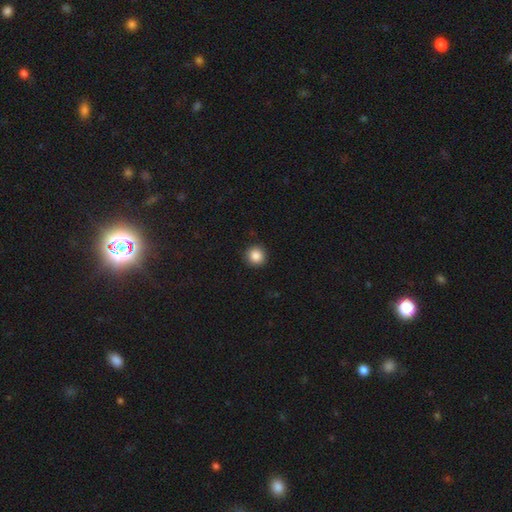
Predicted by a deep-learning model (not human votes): Smooth or featured?
  - smooth: 87% *
  - star or artifact: 10%
  - featured or disk: 3%
How rounded?
  - round: 95% *
  - in between: 4%
  - cigar-shaped: 1%
Merging?
  - none: 92% *
  - minor disturbance: 6%
  - major disturbance: 2%
  - merger: 1%